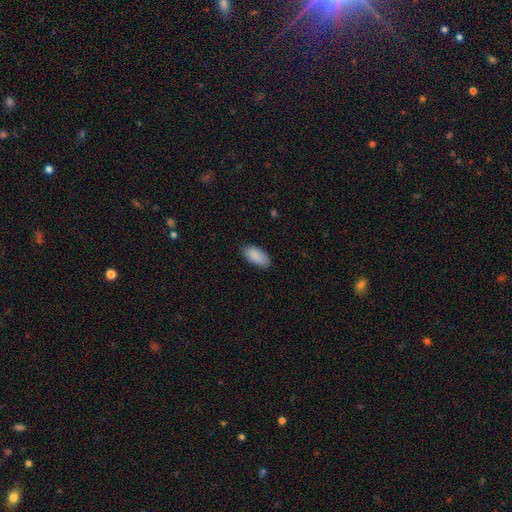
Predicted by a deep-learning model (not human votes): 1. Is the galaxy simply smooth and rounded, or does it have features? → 89% smooth, 6% star or artifact, 5% featured or disk.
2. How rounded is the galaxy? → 92% in between, 6% cigar-shaped, 2% round.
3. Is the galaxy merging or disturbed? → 82% none, 14% minor disturbance, 3% major disturbance, 1% merger.